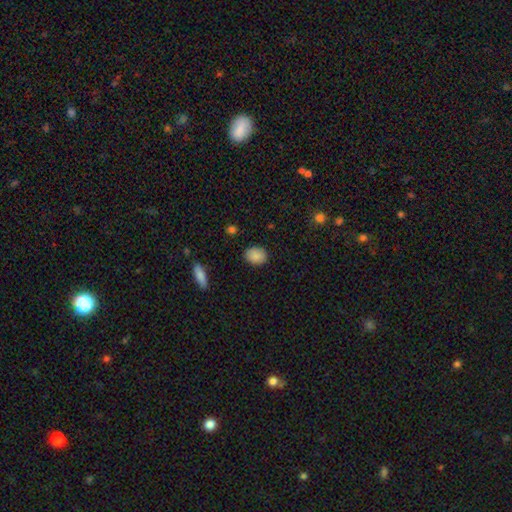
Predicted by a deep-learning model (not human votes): Smooth or featured? smooth (87%)
How rounded? in between (62%)
Merging? none (88%)